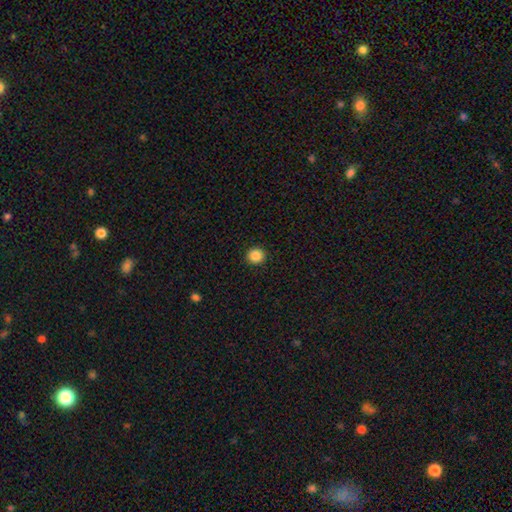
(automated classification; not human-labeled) smooth_or_featured: smooth (p=0.87) [alt: star or artifact p=0.10]
how_rounded: round (p=0.92) [alt: in between p=0.07]
merging: none (p=0.93) [alt: minor disturbance p=0.05]